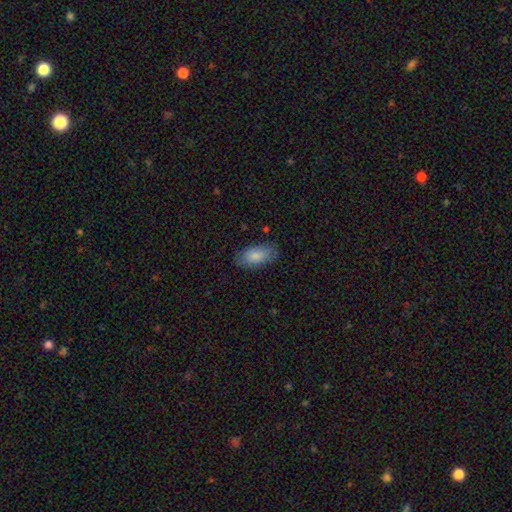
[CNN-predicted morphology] Smooth or featured? Predicted: smooth (p=0.84). How rounded? Predicted: in between (p=0.94). Merging? Predicted: none (p=0.78).